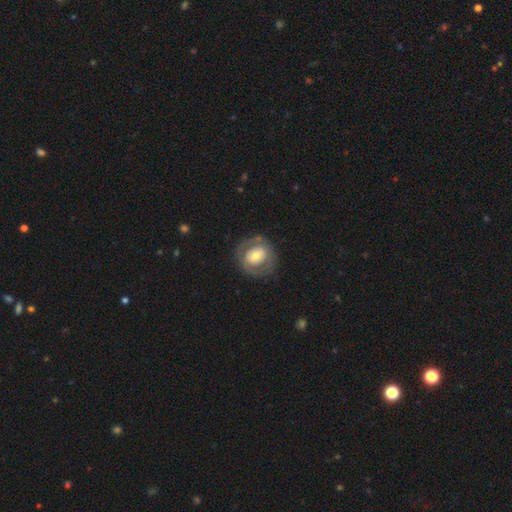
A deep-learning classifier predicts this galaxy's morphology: Overall: featured or disk (50%; smooth 44%). Merging: none (74%).